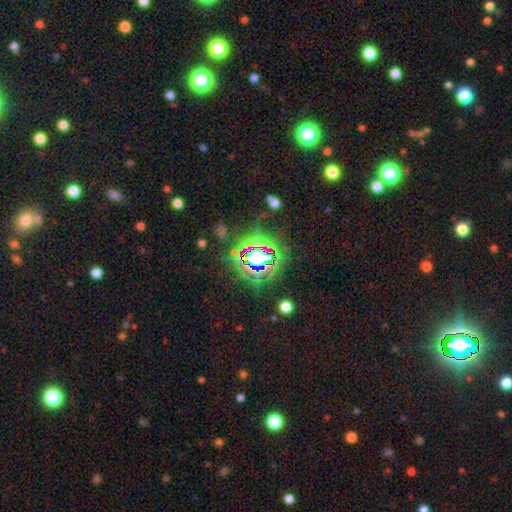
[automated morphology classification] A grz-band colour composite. It shows a star or artifact, not a galaxy (82%).